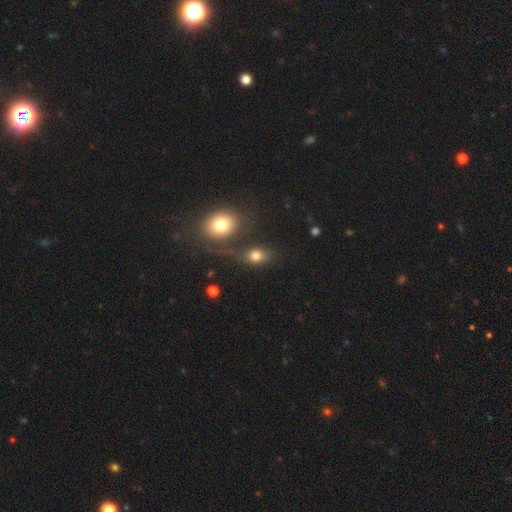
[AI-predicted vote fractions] Smooth or featured: smooth — 76% (star or artifact — 13%)
How rounded: in between — 62% (round — 36%)
Merging: none — 54% (merger — 24%)